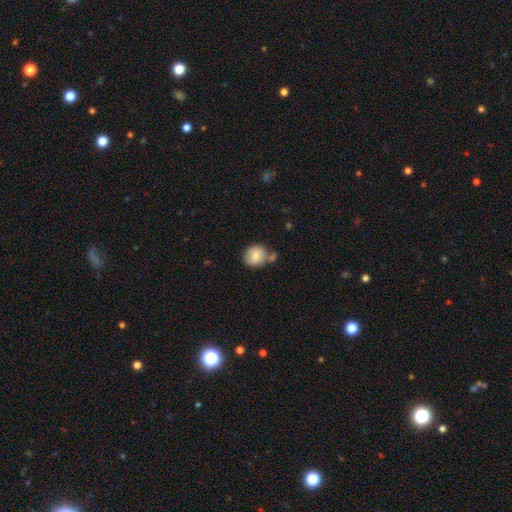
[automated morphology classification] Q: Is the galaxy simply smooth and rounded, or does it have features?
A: smooth — 81%.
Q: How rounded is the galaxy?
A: round — 79%.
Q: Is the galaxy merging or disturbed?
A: none — 59%.